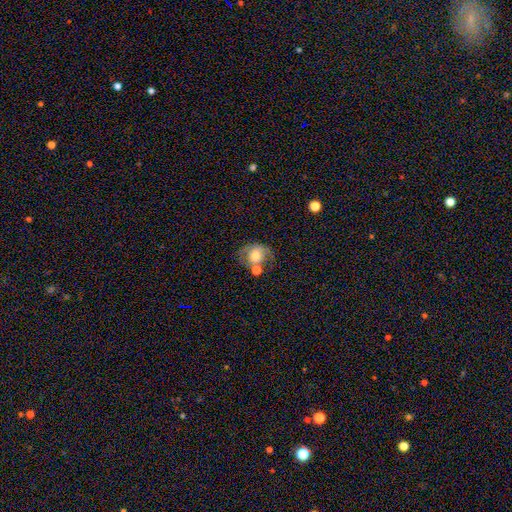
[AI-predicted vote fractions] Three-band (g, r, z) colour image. It shows a smooth galaxy with no disk features (56%) that is round (64%). Merging: none (39%).